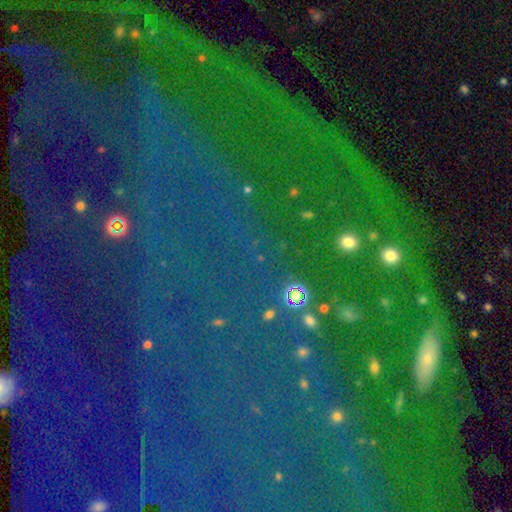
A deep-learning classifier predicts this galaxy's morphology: star or artifact 78%, smooth 12%, featured or disk 9%.